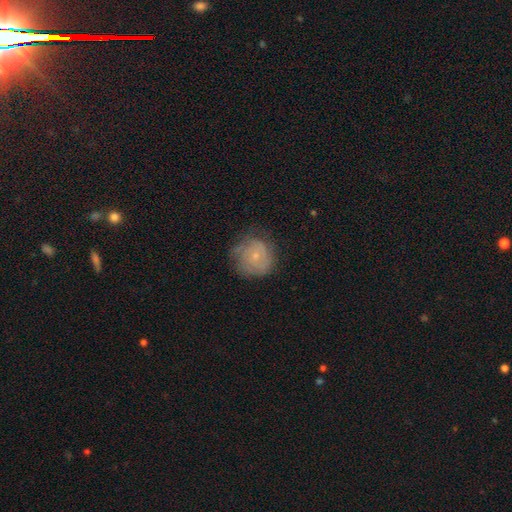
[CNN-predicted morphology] smooth_or_featured: featured or disk (p=0.48) [alt: smooth p=0.43]
merging: none (p=0.65) [alt: minor disturbance p=0.24]